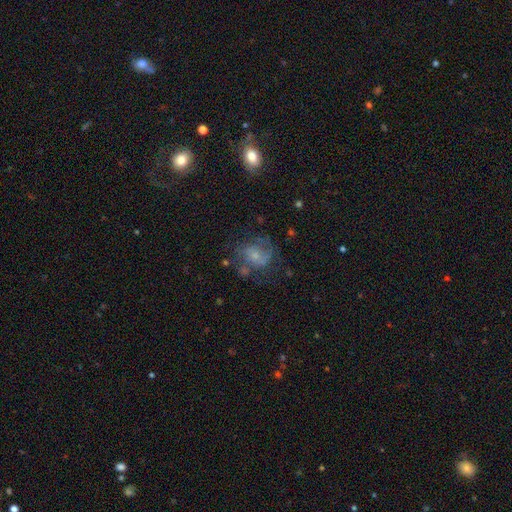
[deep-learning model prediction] smooth_or_featured: featured or disk (p=0.55) [alt: smooth p=0.31]
disk_edge_on: no (p=0.97) [alt: yes p=0.03]
bar: no (p=0.67) [alt: weak p=0.27]
has_spiral_arms: yes (p=0.73) [alt: no p=0.27]
bulge_size: small (p=0.52) [alt: moderate p=0.30]
merging: none (p=0.51) [alt: major disturbance p=0.21]